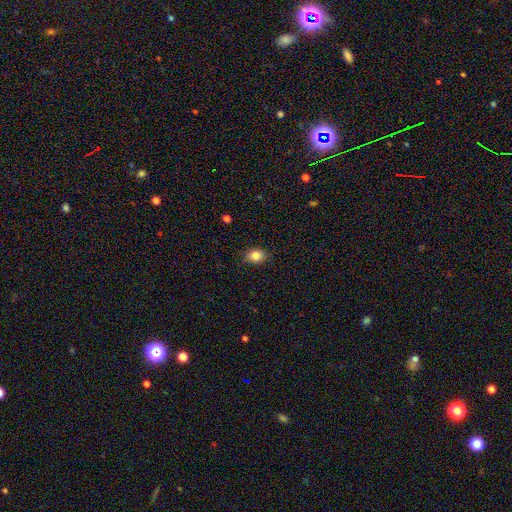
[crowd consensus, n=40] A smooth galaxy with no disk features (80%) that is in between round and cigar-shaped (69%).

Vote fractions:
- Smooth or featured? smooth: 80% / featured or disk: 10% / star or artifact: 10%
- How rounded? in between: 69% / round: 31% / cigar-shaped: 0%
- Merging? none: 83% / major disturbance: 11% / minor disturbance: 6% / merger: 0%